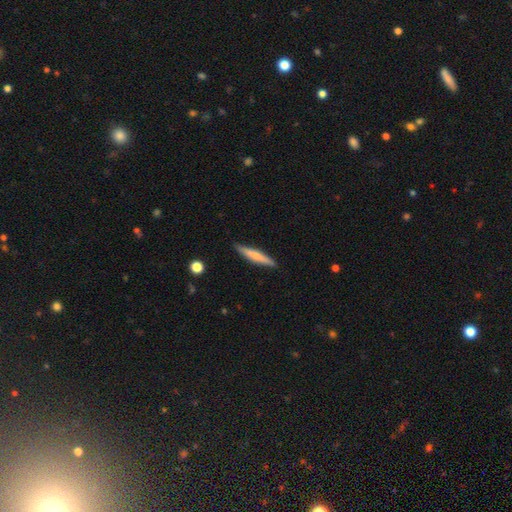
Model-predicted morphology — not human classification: type=smooth (63%); roundness=cigar-shaped (92%); merging=none (88%).